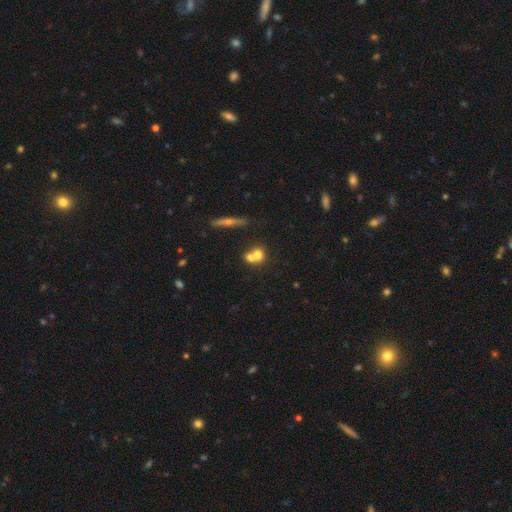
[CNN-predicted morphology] Overall: smooth (65%). How rounded: round (68%; in between 28%). Merging: merger (58%; none 31%).